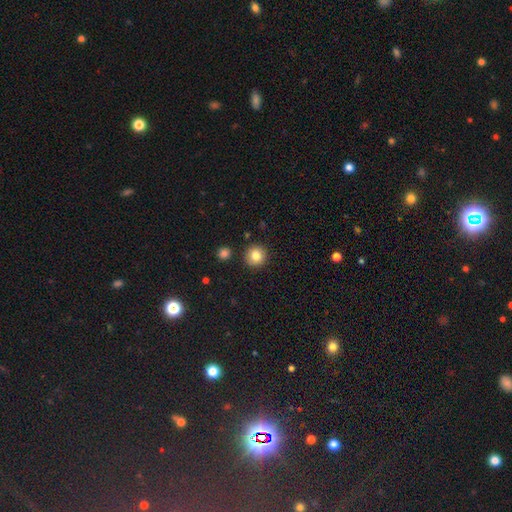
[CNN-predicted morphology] Smooth or featured?
  - smooth: 82% *
  - star or artifact: 10%
  - featured or disk: 8%
How rounded?
  - round: 94% *
  - in between: 5%
  - cigar-shaped: 1%
Merging?
  - none: 90% *
  - minor disturbance: 6%
  - merger: 2%
  - major disturbance: 2%